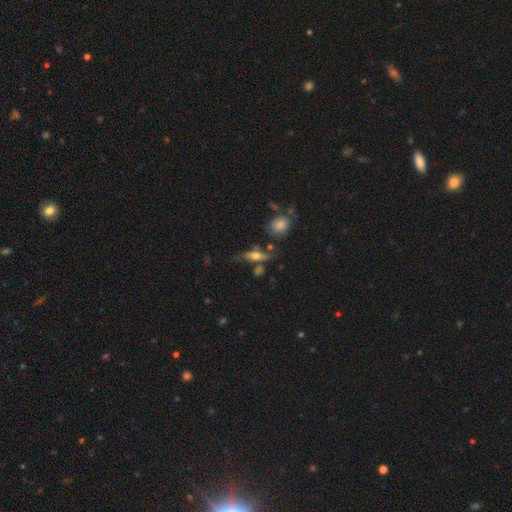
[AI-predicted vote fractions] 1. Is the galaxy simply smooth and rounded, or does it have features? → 53% featured or disk, 38% smooth, 9% star or artifact.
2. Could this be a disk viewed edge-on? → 85% yes, 15% no.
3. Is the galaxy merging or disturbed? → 62% none, 20% minor disturbance, 10% merger, 9% major disturbance.